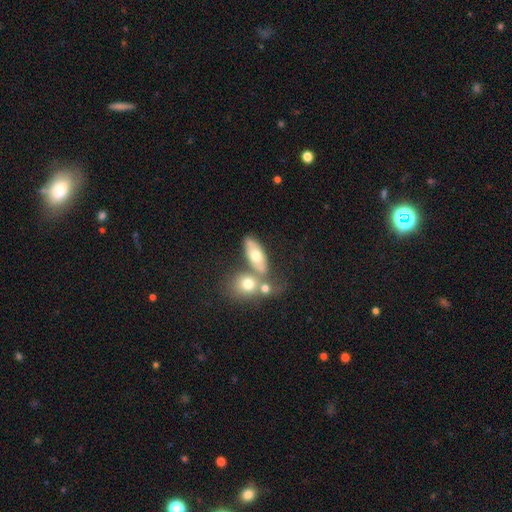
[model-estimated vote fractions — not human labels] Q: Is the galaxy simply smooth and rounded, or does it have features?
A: smooth — 61%.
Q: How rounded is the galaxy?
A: in between — 75%.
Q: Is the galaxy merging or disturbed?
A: none — 48%.